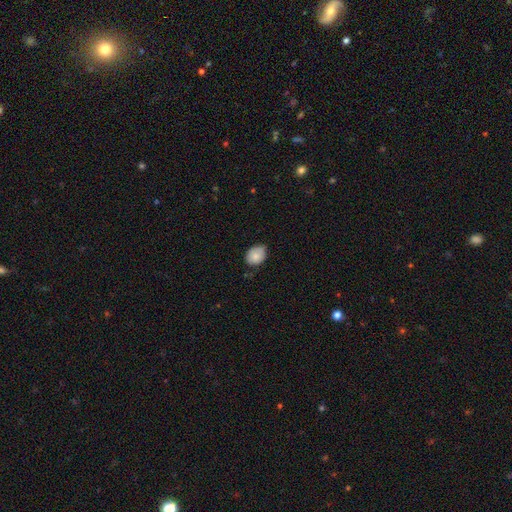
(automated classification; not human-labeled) Smooth or featured: smooth — 80% (featured or disk — 13%)
How rounded: in between — 62% (round — 37%)
Merging: none — 68% (minor disturbance — 27%)